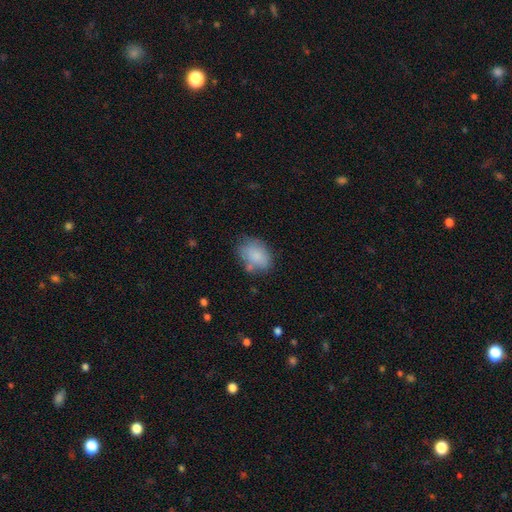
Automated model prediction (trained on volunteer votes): The model was most divided on "merging": none: 61%, minor disturbance: 24%, merger: 8%, major disturbance: 7%. More confident: smooth or featured — smooth (82%); how rounded — in between (79%).